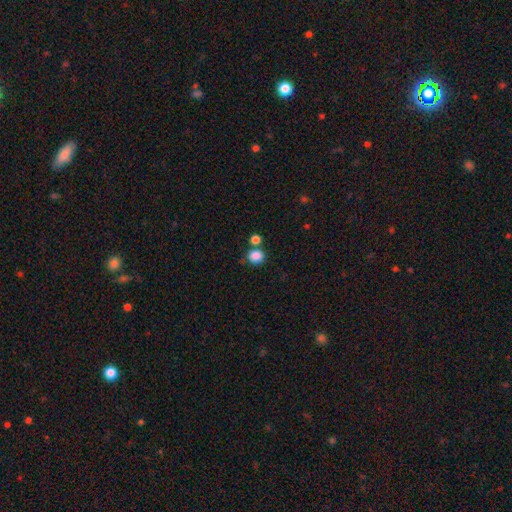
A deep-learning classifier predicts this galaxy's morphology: smooth_or_featured: smooth (p=0.86) [alt: star or artifact p=0.10]
how_rounded: round (p=0.73) [alt: in between p=0.26]
merging: none (p=0.64) [alt: merger p=0.20]